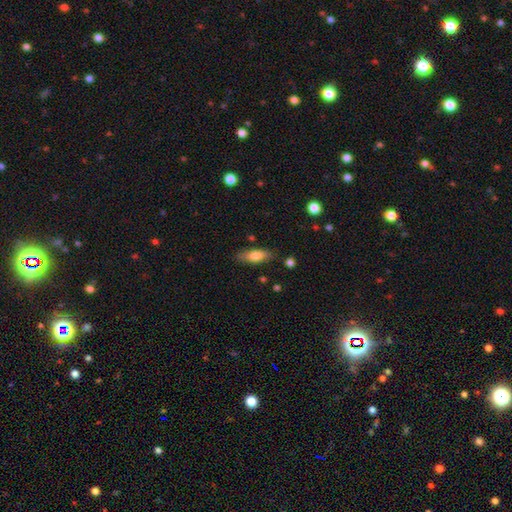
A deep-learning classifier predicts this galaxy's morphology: Smooth or featured? Predicted: smooth (p=0.75). How rounded? Predicted: in between (p=0.65). Merging? Predicted: none (p=0.81).